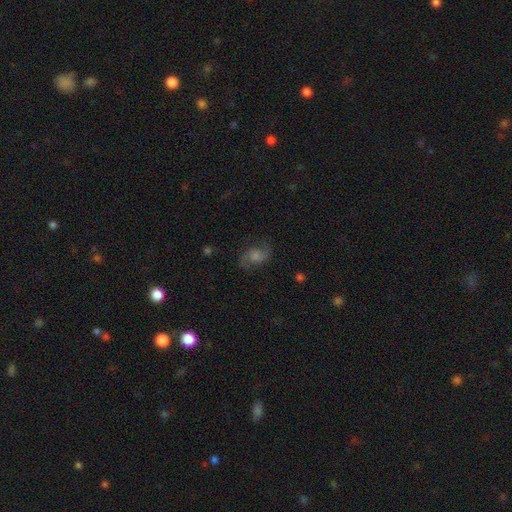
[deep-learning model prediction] Smooth or featured? Predicted: featured or disk (p=0.69). Edge-on disk? Predicted: no (p=0.97). Bar? Predicted: no (p=0.58). Spiral arms? Predicted: yes (p=0.94). Spiral winding? Predicted: loose (p=0.46). Spiral arm count? Predicted: 2 (p=0.91). Bulge size? Predicted: moderate (p=0.39). Merging? Predicted: none (p=0.77).